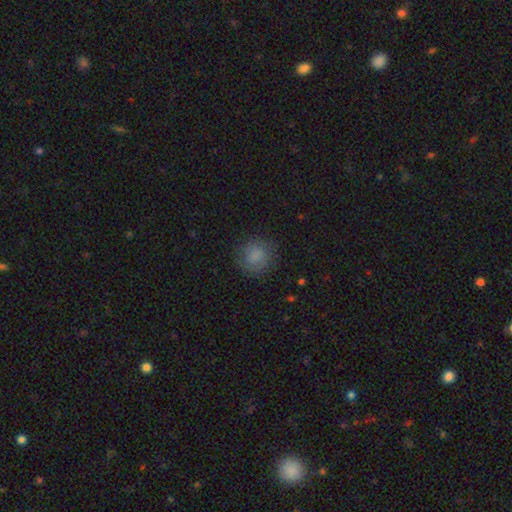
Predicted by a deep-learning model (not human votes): A smooth galaxy with no disk features (80%) that is round (87%).

Vote fractions:
- Smooth or featured? smooth: 80% / featured or disk: 10% / star or artifact: 9%
- How rounded? round: 87% / in between: 12% / cigar-shaped: 1%
- Merging? none: 80% / minor disturbance: 14% / major disturbance: 5% / merger: 1%